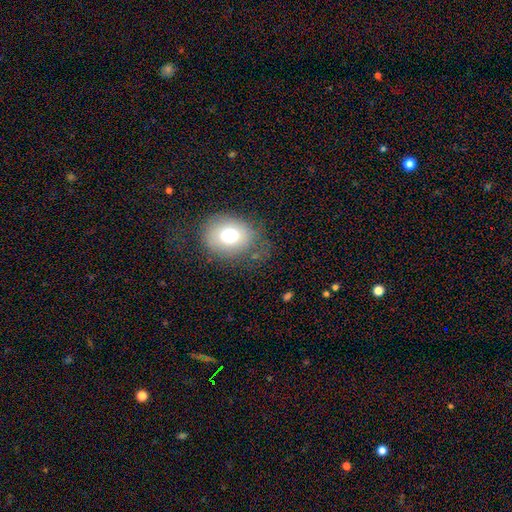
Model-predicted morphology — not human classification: smooth_or_featured: smooth (p=0.66) [alt: featured or disk p=0.21]
how_rounded: in between (p=0.53) [alt: round p=0.46]
merging: none (p=0.66) [alt: minor disturbance p=0.22]